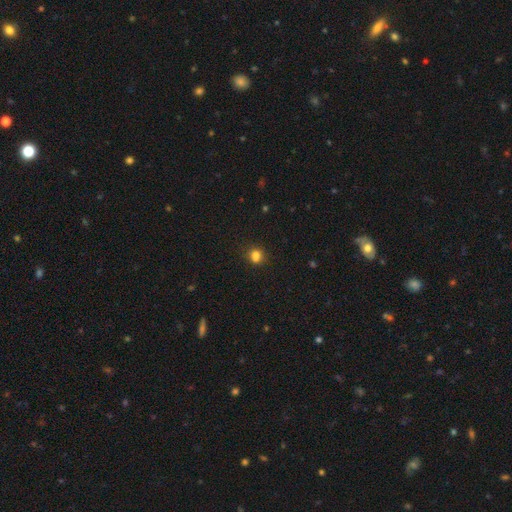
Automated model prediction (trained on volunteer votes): Smooth or featured? Predicted: smooth (p=0.79). How rounded? Predicted: round (p=0.64). Merging? Predicted: none (p=0.71).